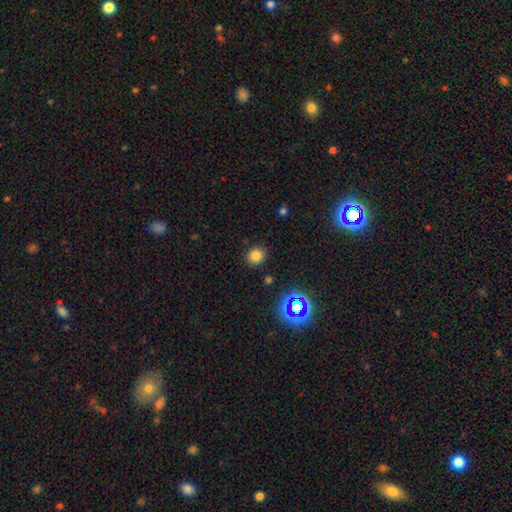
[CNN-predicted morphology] This is likely a smooth galaxy (77%). How rounded: clearly round (81%). Merging: clearly none (88%).